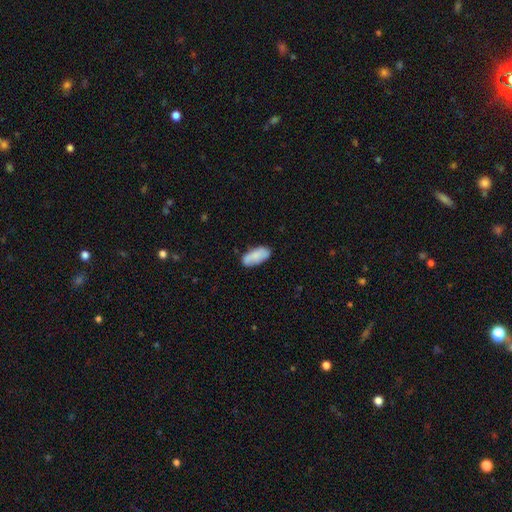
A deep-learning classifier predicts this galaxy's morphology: Q: Smooth or featured?
A: smooth (81%); runner-up: featured or disk (13%)
Q: How rounded?
A: in between (87%); runner-up: cigar-shaped (11%)
Q: Merging?
A: none (74%); runner-up: minor disturbance (19%)